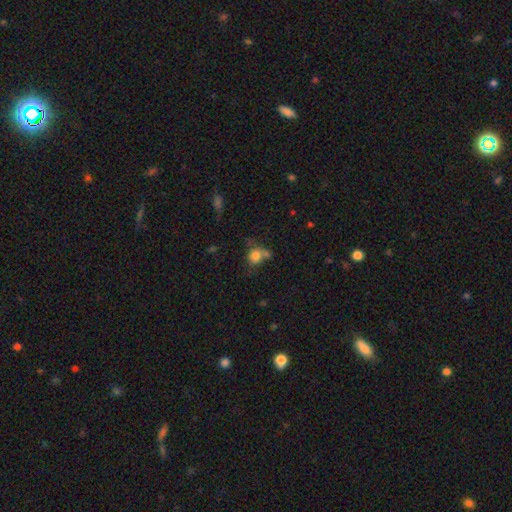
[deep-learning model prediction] This is likely a smooth galaxy (79%). How rounded: likely round (76%). Merging: possibly none (45%).